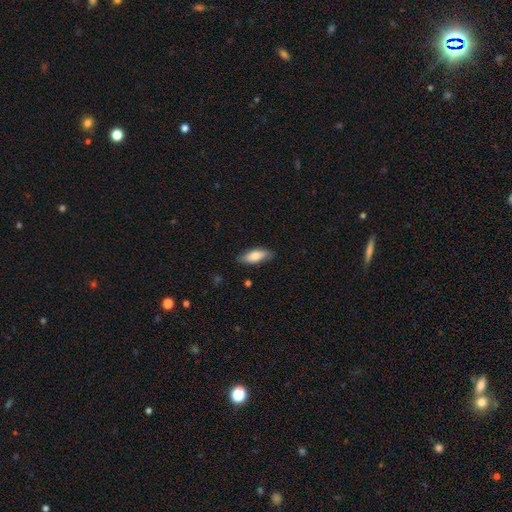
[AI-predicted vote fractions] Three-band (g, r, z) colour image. It shows a smooth galaxy with no disk features (77%) that is in between round and cigar-shaped (74%). Merging: none (83%).